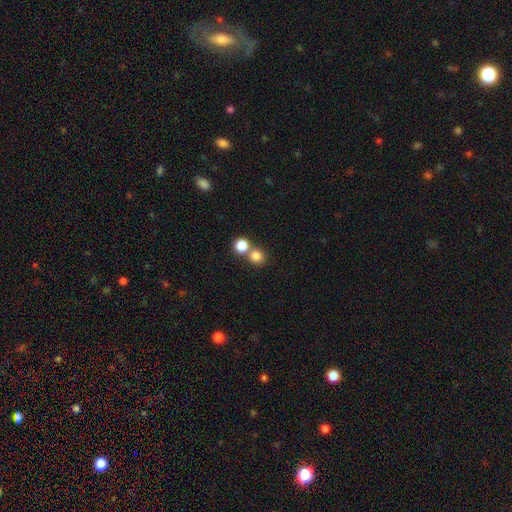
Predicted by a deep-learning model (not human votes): Smooth or featured: smooth — 81% (star or artifact — 13%)
How rounded: round — 88% (in between — 11%)
Merging: none — 54% (merger — 37%)